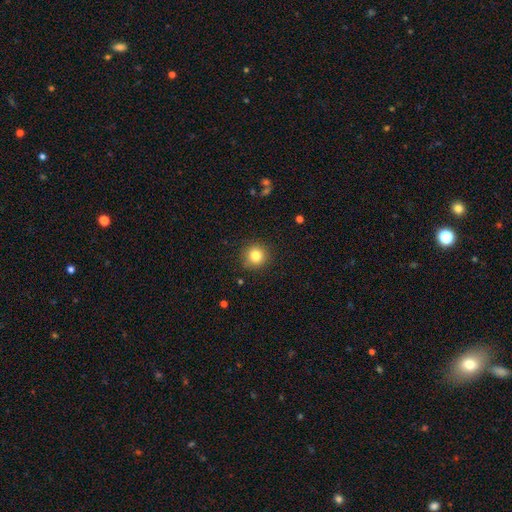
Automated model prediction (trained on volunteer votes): A smooth galaxy with no disk features (82%) that is round (93%).

Vote fractions:
- Smooth or featured? smooth: 82% / star or artifact: 11% / featured or disk: 7%
- How rounded? round: 93% / in between: 6% / cigar-shaped: 1%
- Merging? none: 89% / minor disturbance: 8% / major disturbance: 2% / merger: 1%